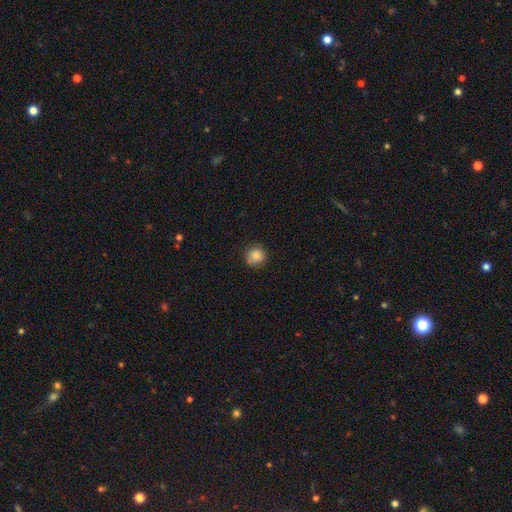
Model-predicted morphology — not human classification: smooth-or-featured: smooth: 84% | star or artifact: 10% | featured or disk: 6%
  how-rounded: round: 90% | in between: 9% | cigar-shaped: 1%
  merging: none: 80% | minor disturbance: 15% | major disturbance: 3% | merger: 2%